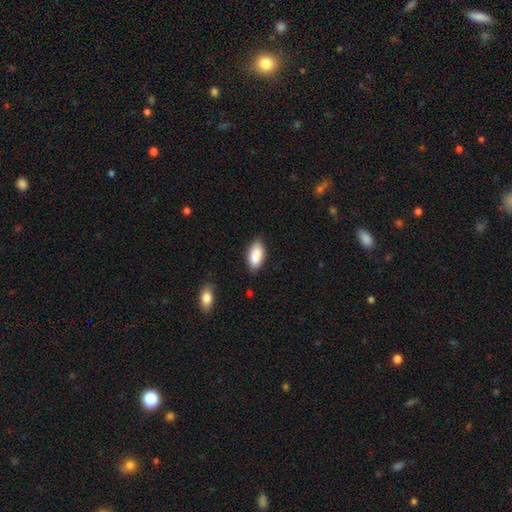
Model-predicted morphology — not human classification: This appears to be a smooth galaxy with no disk features (89%) that is in between round and cigar-shaped (91%). Merging: none (82%).